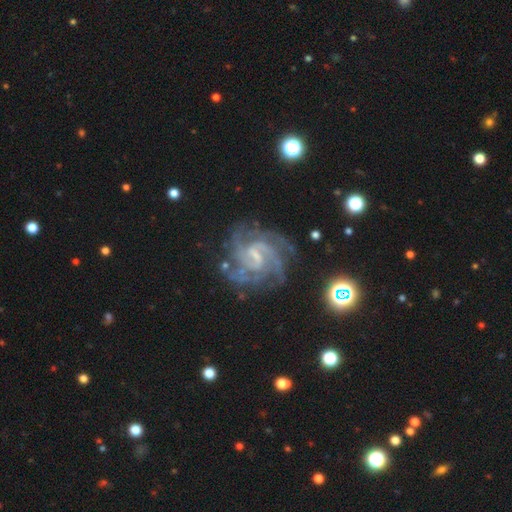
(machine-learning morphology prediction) Smooth or featured?
  - featured or disk: 89% *
  - star or artifact: 7%
  - smooth: 5%
Edge-on disk?
  - no: 98% *
  - yes: 2%
Bar?
  - weak: 58% *
  - strong: 26%
  - no: 16%
Spiral arms?
  - yes: 97% *
  - no: 3%
Spiral winding?
  - tight: 46% *
  - medium: 45%
  - loose: 9%
Spiral arm count?
  - 3: 26% *
  - 2: 23%
  - can't tell: 22%
  - 4: 16%
  - more than 4: 7%
  - 1: 6%
Bulge size?
  - small: 49% *
  - none: 24%
  - moderate: 24%
  - large: 2%
  - dominant: 1%
Merging?
  - none: 68% *
  - minor disturbance: 17%
  - major disturbance: 13%
  - merger: 3%